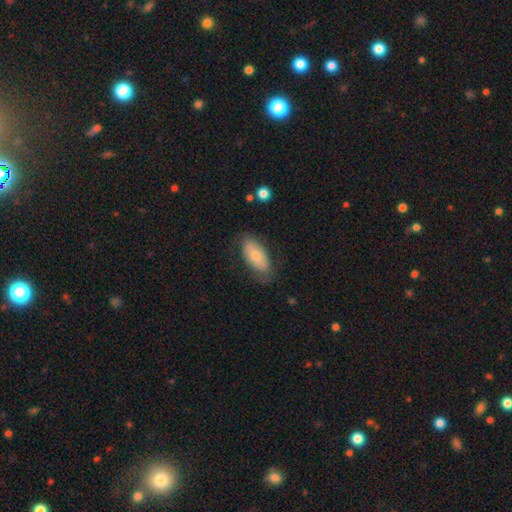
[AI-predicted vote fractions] This is likely a smooth galaxy (68%). How rounded: clearly in between (92%). Merging: likely none (71%).